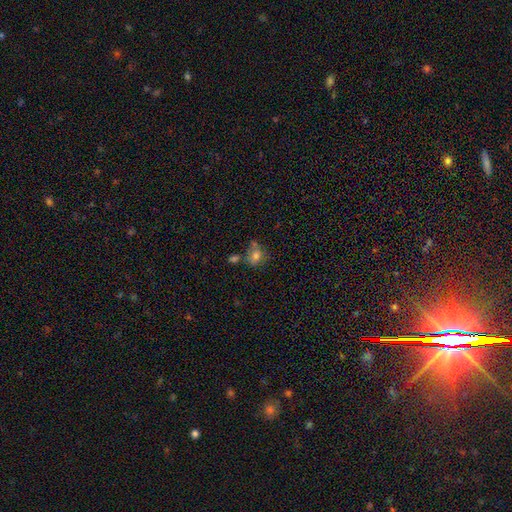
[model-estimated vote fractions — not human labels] The model was most divided on "how rounded": in between: 50%, round: 49%, cigar-shaped: 1%. Remaining: smooth or featured — smooth (73%); merging — none (44%).